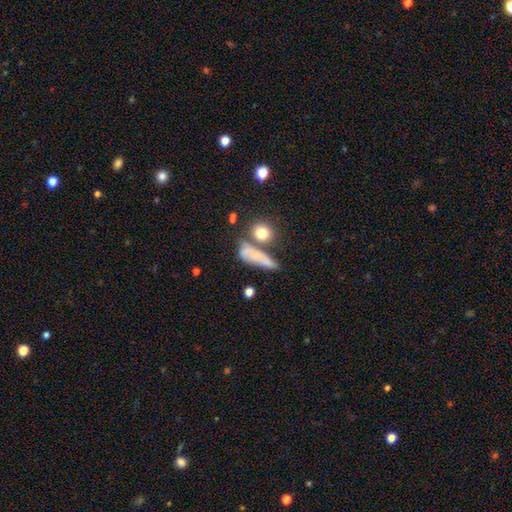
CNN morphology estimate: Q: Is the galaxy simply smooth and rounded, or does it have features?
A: smooth — 64%.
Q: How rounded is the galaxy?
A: cigar-shaped — 41%.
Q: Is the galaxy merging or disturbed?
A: none — 38%.